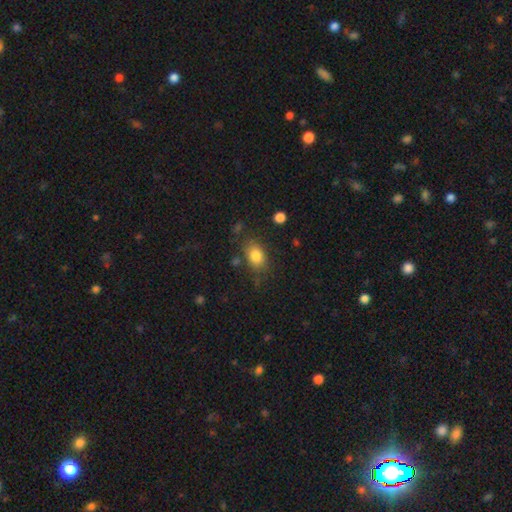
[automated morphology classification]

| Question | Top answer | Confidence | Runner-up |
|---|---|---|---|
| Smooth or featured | smooth | 82% | star or artifact (9%) |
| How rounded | in between | 77% | round (22%) |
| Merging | none | 74% | minor disturbance (16%) |